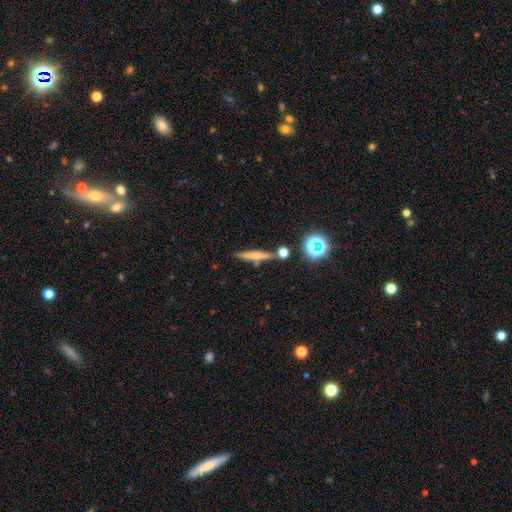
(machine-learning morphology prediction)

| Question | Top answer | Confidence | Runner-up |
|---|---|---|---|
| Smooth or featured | smooth | 55% | featured or disk (33%) |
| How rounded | cigar-shaped | 85% | in between (9%) |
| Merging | none | 77% | minor disturbance (11%) |